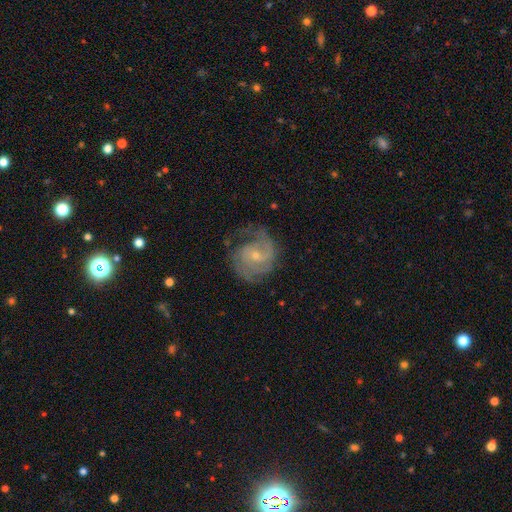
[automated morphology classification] Overall: featured or disk (84%). Edge-on disk: no (98%). Bar: no (57%; weak 36%). Spiral arms: yes (95%). Spiral arm count: 2 (48%; can't tell 20%). Spiral winding: medium (43%; tight 42%). Bulge size: small (71%). Merging: none (63%).